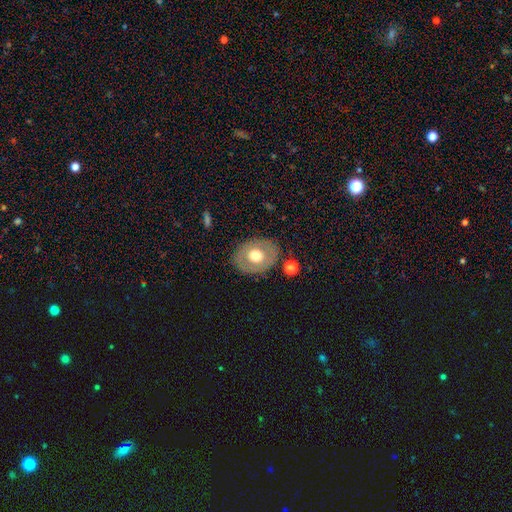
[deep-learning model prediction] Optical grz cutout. It shows a smooth galaxy with no disk features (56%) that is in between round and cigar-shaped (58%). Merging: none (82%).